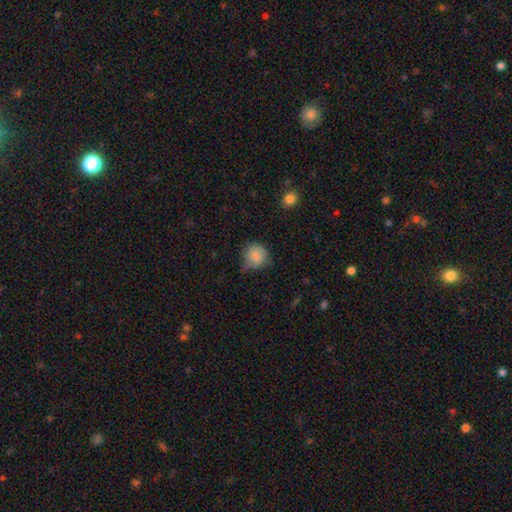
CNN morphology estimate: Overall: smooth (82%). How rounded: round (86%). Merging: none (52%; minor disturbance 36%).